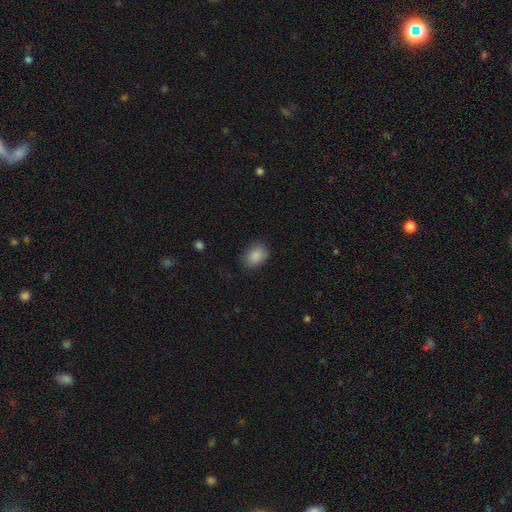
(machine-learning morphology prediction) Q: Smooth or featured?
A: smooth (88%); runner-up: star or artifact (8%)
Q: How rounded?
A: in between (69%); runner-up: round (30%)
Q: Merging?
A: none (83%); runner-up: minor disturbance (13%)